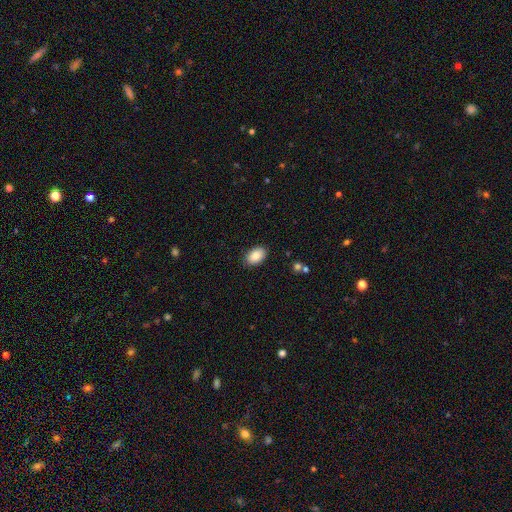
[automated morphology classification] A smooth galaxy with no disk features (88%) that is in between round and cigar-shaped (89%).

Vote fractions:
- Smooth or featured? smooth: 88% / star or artifact: 7% / featured or disk: 5%
- How rounded? in between: 89% / round: 10% / cigar-shaped: 1%
- Merging? none: 88% / minor disturbance: 9% / major disturbance: 2% / merger: 1%